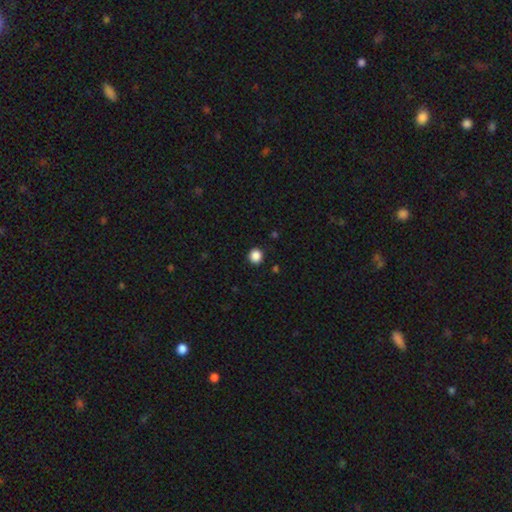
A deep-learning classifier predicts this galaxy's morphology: Q: Smooth or featured?
A: smooth (87%); runner-up: star or artifact (10%)
Q: How rounded?
A: round (93%); runner-up: in between (6%)
Q: Merging?
A: none (92%); runner-up: minor disturbance (5%)